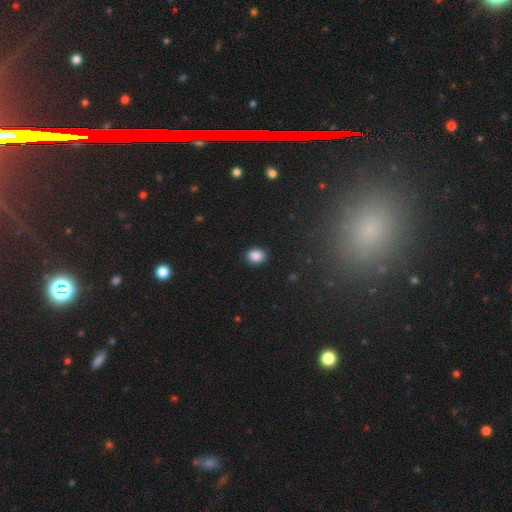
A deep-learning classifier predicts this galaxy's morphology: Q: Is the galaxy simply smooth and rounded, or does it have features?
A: smooth — 88%.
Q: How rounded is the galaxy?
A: in between — 60%.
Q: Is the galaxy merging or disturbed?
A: none — 88%.